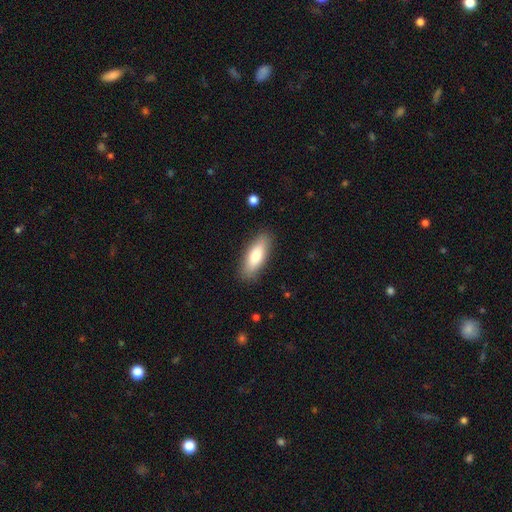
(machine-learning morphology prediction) type=smooth (76%); roundness=in between (66%); merging=none (86%).